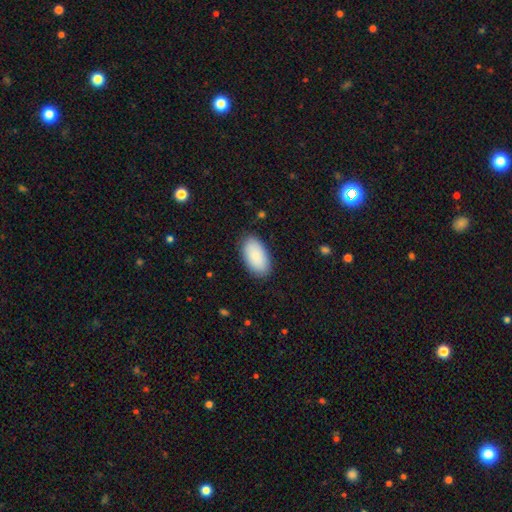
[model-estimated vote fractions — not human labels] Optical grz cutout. It shows a smooth galaxy with no disk features (89%) that is in between round and cigar-shaped (96%). Merging: none (87%).